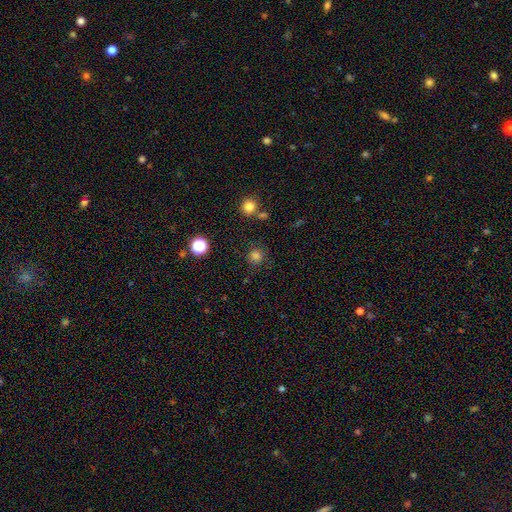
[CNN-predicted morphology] A smooth galaxy with no disk features (78%) that is round (93%). Merging: none (83%).